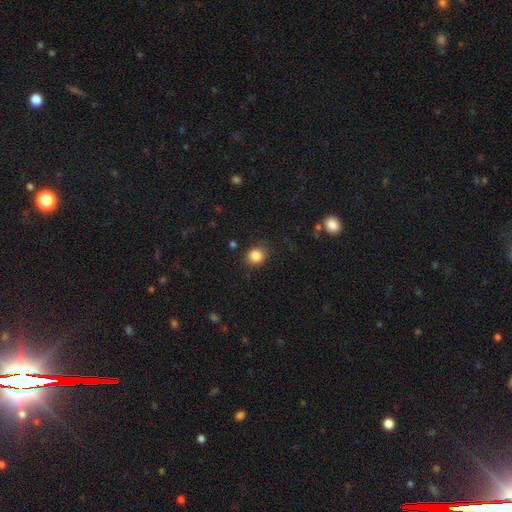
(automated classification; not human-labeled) Smooth or featured? Predicted: smooth (p=0.85). How rounded? Predicted: round (p=0.77). Merging? Predicted: none (p=0.86).